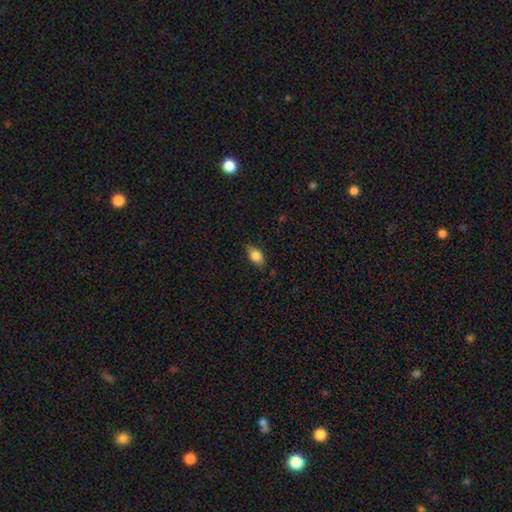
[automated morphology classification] Overall: smooth (81%). How rounded: in between (85%). Merging: none (75%).